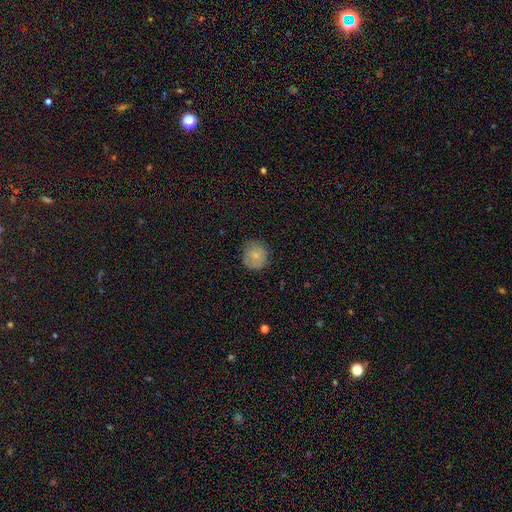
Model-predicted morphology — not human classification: Smooth or featured? Predicted: smooth (p=0.76). How rounded? Predicted: round (p=0.90). Merging? Predicted: none (p=0.78).